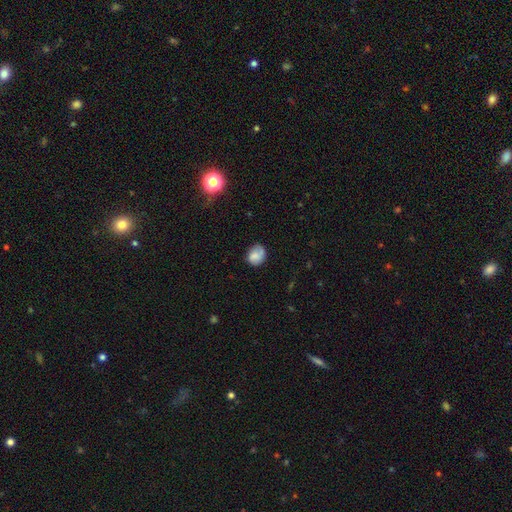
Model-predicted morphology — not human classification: smooth_or_featured: smooth (p=0.71) [alt: featured or disk p=0.20]
how_rounded: round (p=0.59) [alt: in between p=0.40]
merging: none (p=0.63) [alt: minor disturbance p=0.26]